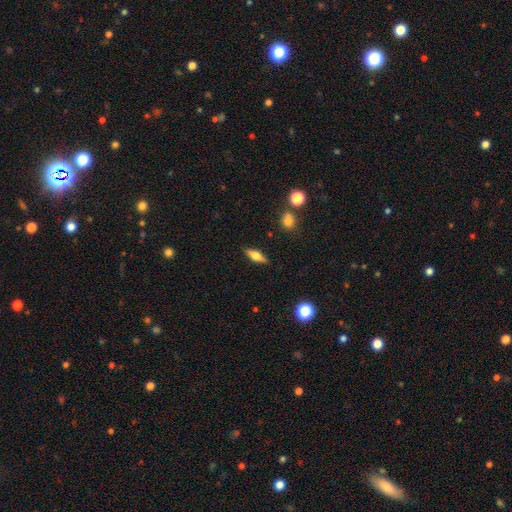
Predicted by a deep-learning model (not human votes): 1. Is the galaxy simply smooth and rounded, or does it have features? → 51% smooth, 41% featured or disk, 8% star or artifact.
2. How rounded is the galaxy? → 54% in between, 42% cigar-shaped, 4% round.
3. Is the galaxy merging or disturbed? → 86% none, 10% minor disturbance, 2% major disturbance, 2% merger.